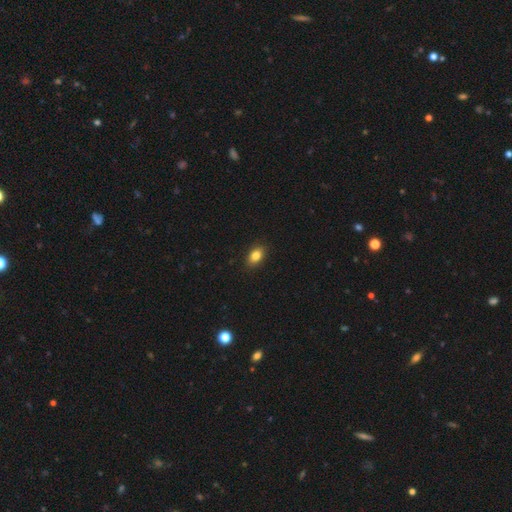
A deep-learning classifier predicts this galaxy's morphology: smooth_or_featured: smooth (p=0.84) [alt: star or artifact p=0.09]
how_rounded: in between (p=0.84) [alt: round p=0.14]
merging: none (p=0.89) [alt: minor disturbance p=0.08]